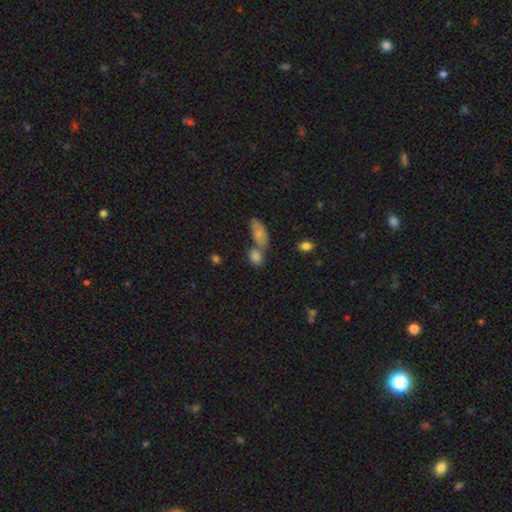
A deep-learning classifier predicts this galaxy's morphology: This is likely a smooth galaxy (73%). How rounded: likely in between (65%). Merging: possibly none (45%).